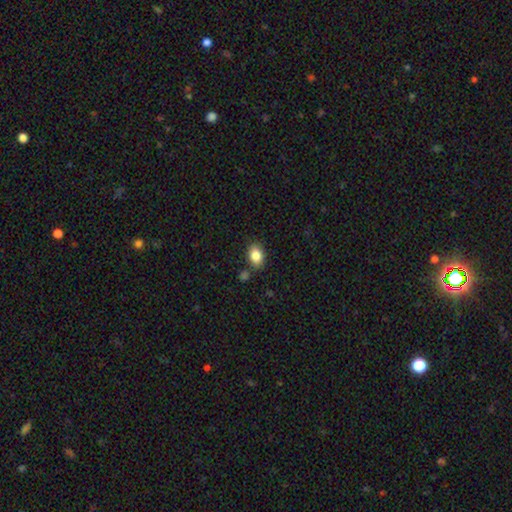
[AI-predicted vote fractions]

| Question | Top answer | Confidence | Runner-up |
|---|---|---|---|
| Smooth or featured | smooth | 85% | star or artifact (8%) |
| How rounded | in between | 80% | round (19%) |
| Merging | none | 82% | minor disturbance (11%) |